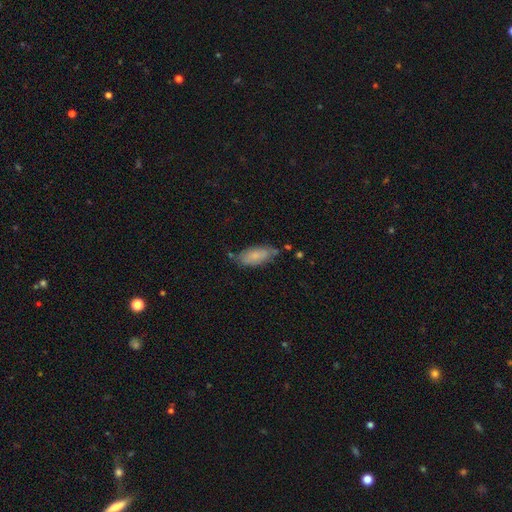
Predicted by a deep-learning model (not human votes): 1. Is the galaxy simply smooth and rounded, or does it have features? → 73% smooth, 20% featured or disk, 7% star or artifact.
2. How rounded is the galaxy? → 83% in between, 15% cigar-shaped, 2% round.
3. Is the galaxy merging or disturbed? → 62% none, 26% minor disturbance, 6% merger, 6% major disturbance.